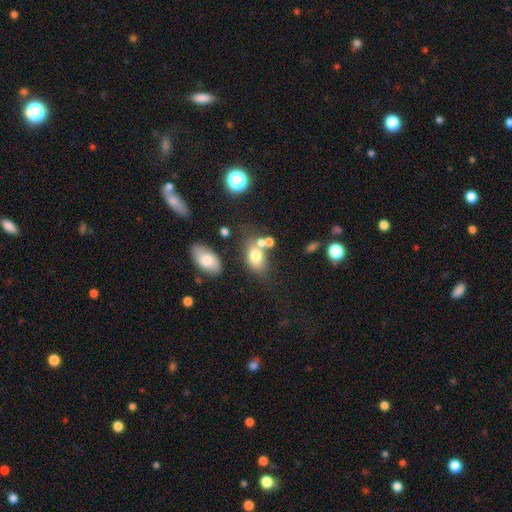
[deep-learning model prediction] Q: Smooth or featured?
A: smooth (73%); runner-up: featured or disk (15%)
Q: How rounded?
A: in between (72%); runner-up: round (26%)
Q: Merging?
A: none (47%); runner-up: merger (30%)